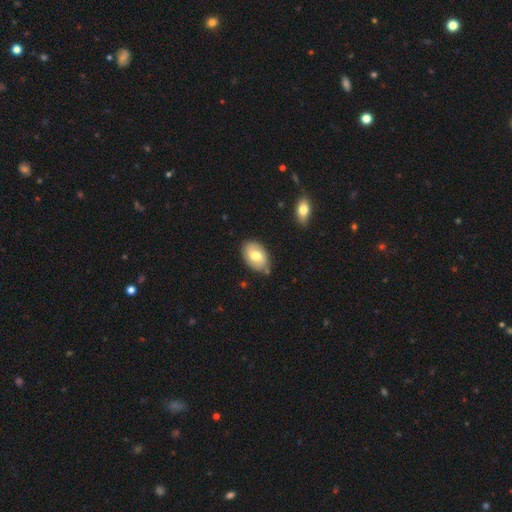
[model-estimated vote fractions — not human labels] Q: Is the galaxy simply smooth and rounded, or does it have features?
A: smooth — 71%.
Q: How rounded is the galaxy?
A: in between — 90%.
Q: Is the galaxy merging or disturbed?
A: none — 77%.